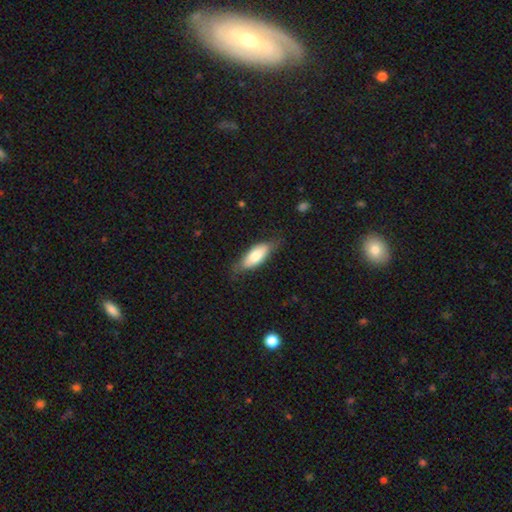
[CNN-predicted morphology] Smooth or featured? smooth (74%)
How rounded? in between (75%)
Merging? none (70%)